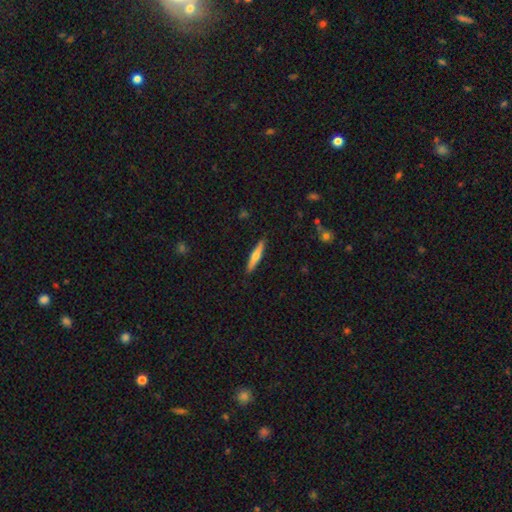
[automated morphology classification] Q: Smooth or featured?
A: smooth (50%); runner-up: featured or disk (44%)
Q: How rounded?
A: cigar-shaped (88%); runner-up: in between (10%)
Q: Merging?
A: none (90%); runner-up: minor disturbance (7%)